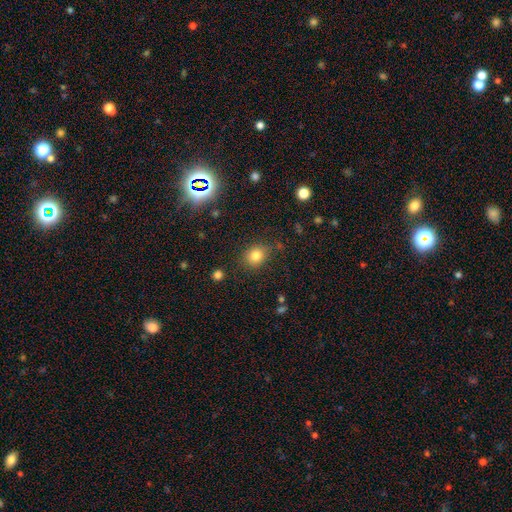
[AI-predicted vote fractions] Morphology: type=smooth (79%); roundness=round (67%); merging=none (81%).